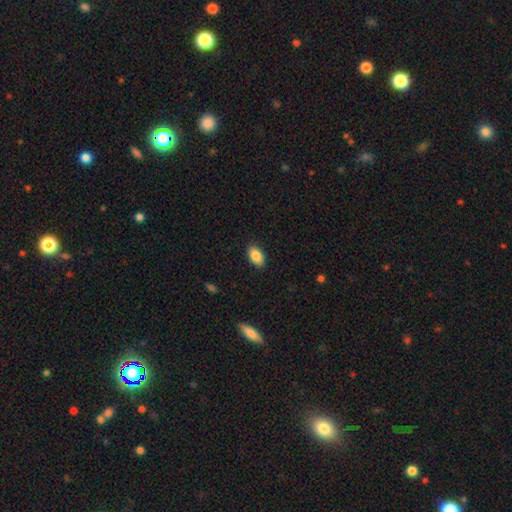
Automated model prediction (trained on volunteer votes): smooth-or-featured: smooth: 87% | star or artifact: 7% | featured or disk: 6%
  how-rounded: in between: 90% | round: 9% | cigar-shaped: 1%
  merging: none: 88% | minor disturbance: 9% | major disturbance: 2% | merger: 1%